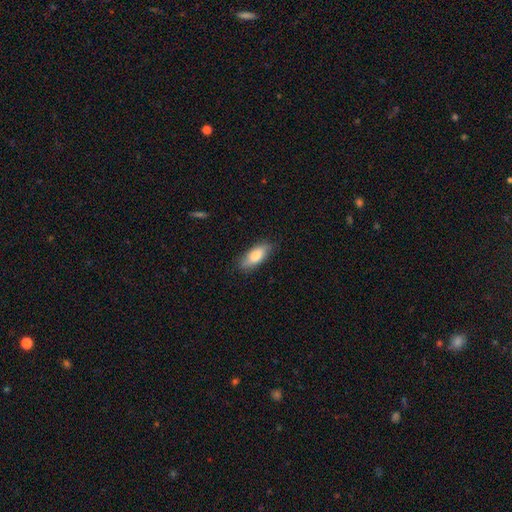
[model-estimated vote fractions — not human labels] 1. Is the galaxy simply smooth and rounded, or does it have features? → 80% smooth, 14% featured or disk, 6% star or artifact.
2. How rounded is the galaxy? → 75% in between, 23% cigar-shaped, 2% round.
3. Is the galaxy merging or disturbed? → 84% none, 13% minor disturbance, 2% major disturbance, 1% merger.